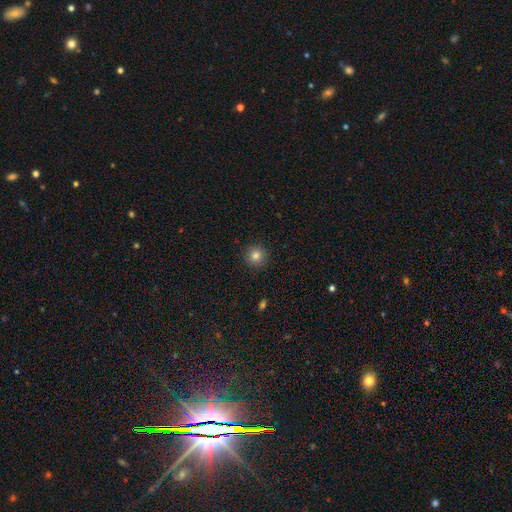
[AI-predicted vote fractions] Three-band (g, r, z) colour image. It shows a smooth galaxy with no disk features (83%) that is round (94%). Merging: none (91%).